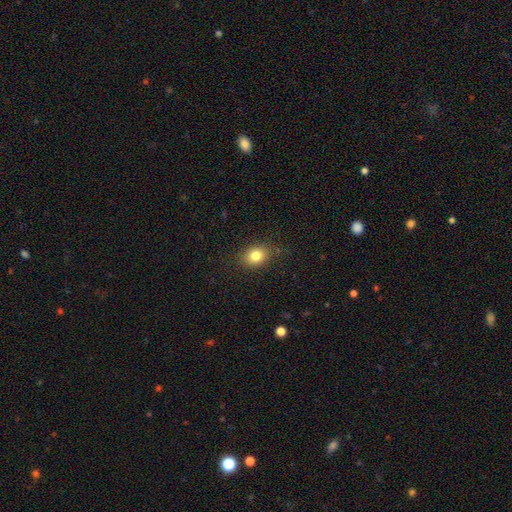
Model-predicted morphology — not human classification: smooth_or_featured: smooth (p=0.81) [alt: star or artifact p=0.11]
how_rounded: in between (p=0.56) [alt: round p=0.42]
merging: none (p=0.85) [alt: minor disturbance p=0.11]